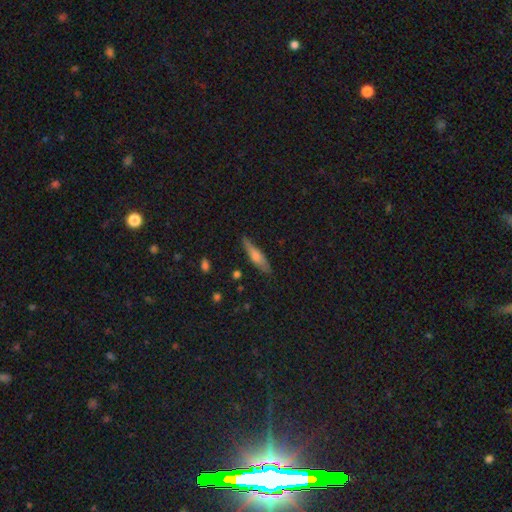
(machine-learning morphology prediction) Smooth or featured? smooth (51%)
How rounded? cigar-shaped (80%)
Merging? none (84%)